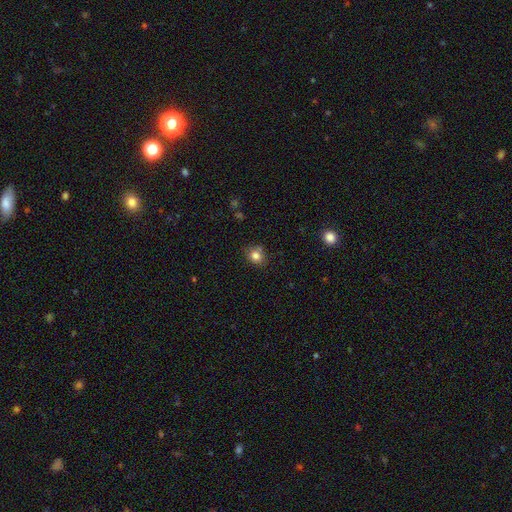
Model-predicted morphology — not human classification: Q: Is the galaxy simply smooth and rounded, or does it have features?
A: smooth — 81%.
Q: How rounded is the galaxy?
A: round — 74%.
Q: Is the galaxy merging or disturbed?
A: none — 75%.